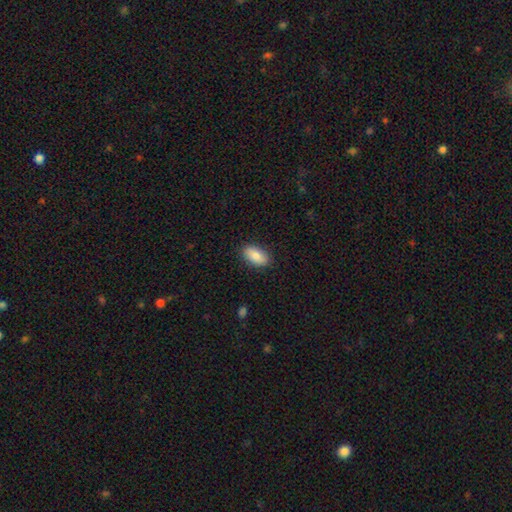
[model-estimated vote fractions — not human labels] Q: Smooth or featured?
A: smooth (86%); runner-up: featured or disk (7%)
Q: How rounded?
A: in between (92%); runner-up: cigar-shaped (4%)
Q: Merging?
A: none (88%); runner-up: minor disturbance (9%)